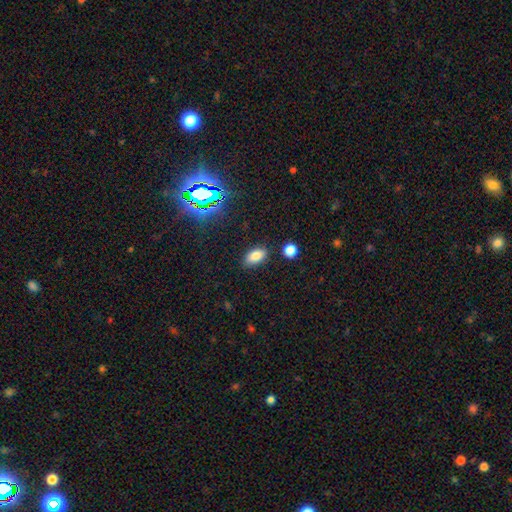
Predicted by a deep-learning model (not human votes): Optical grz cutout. It shows a smooth galaxy with no disk features (79%) that is in between round and cigar-shaped (90%). Merging: none (82%).